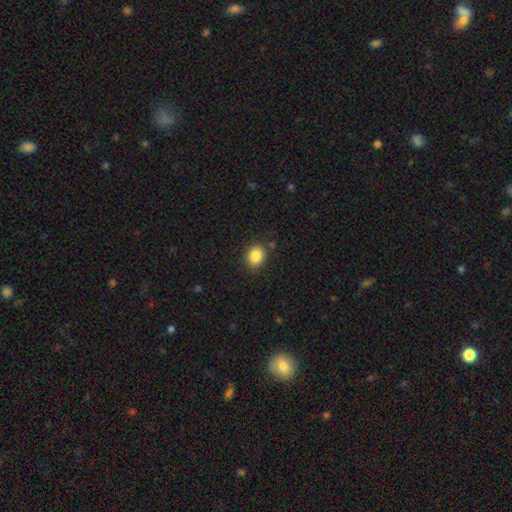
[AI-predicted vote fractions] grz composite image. It shows a smooth galaxy with no disk features (85%) that is round (59%). Merging: none (86%).